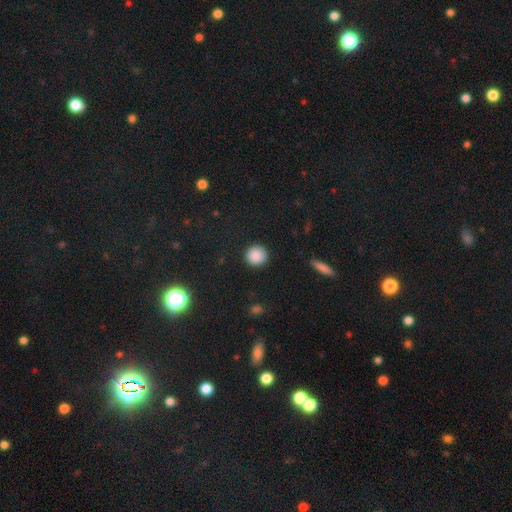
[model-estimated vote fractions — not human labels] Q: Smooth or featured?
A: smooth (88%); runner-up: star or artifact (9%)
Q: How rounded?
A: round (93%); runner-up: in between (6%)
Q: Merging?
A: none (90%); runner-up: minor disturbance (7%)